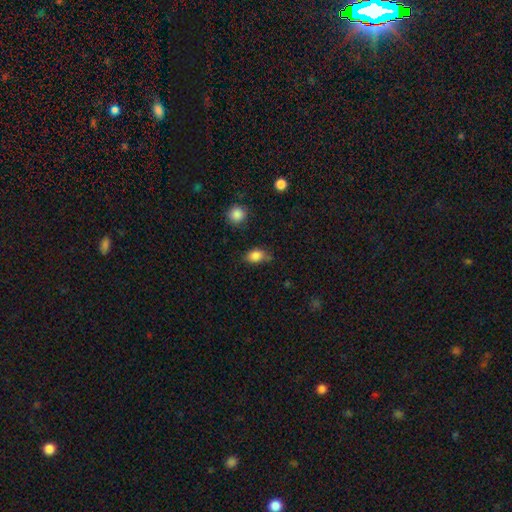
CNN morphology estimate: Overall: smooth (85%). How rounded: in between (81%). Merging: none (65%; minor disturbance 27%).